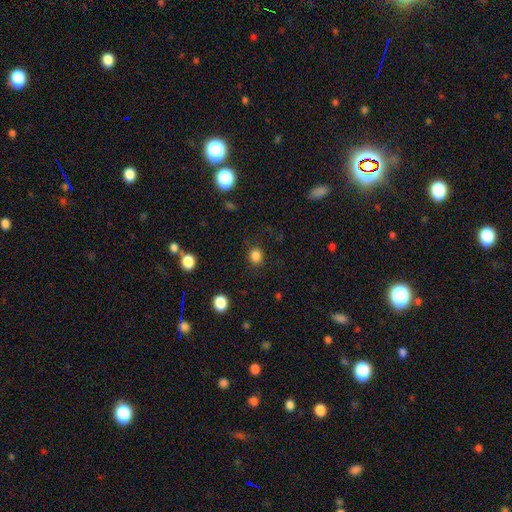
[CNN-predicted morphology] Overall: smooth (84%). How rounded: round (77%). Merging: none (84%).